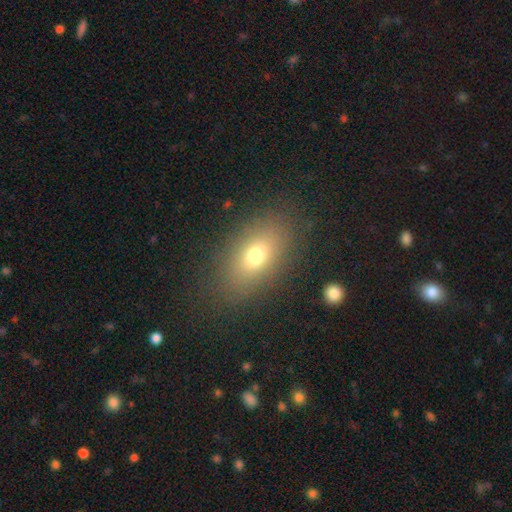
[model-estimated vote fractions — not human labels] The model was most divided on "smooth or featured": smooth: 71%, featured or disk: 16%, star or artifact: 13%. More confident: how rounded — in between (85%); merging — none (84%).